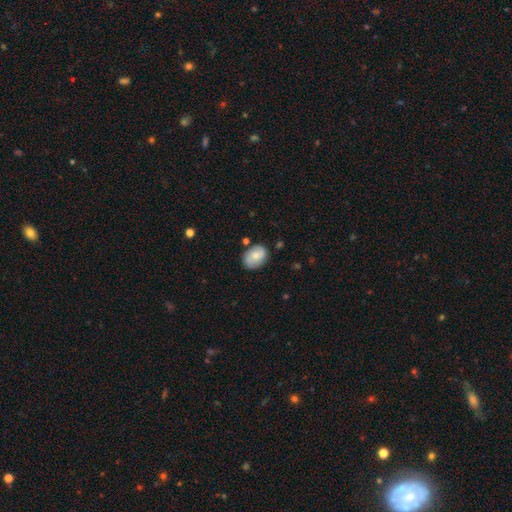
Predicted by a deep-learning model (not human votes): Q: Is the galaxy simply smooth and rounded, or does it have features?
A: smooth — 61%.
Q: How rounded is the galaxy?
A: in between — 68%.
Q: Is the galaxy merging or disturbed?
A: none — 73%.